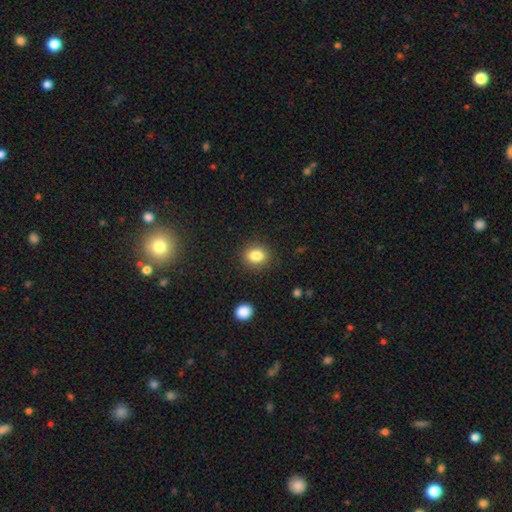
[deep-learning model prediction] Smooth or featured? Predicted: smooth (p=0.84). How rounded? Predicted: round (p=0.57). Merging? Predicted: none (p=0.87).